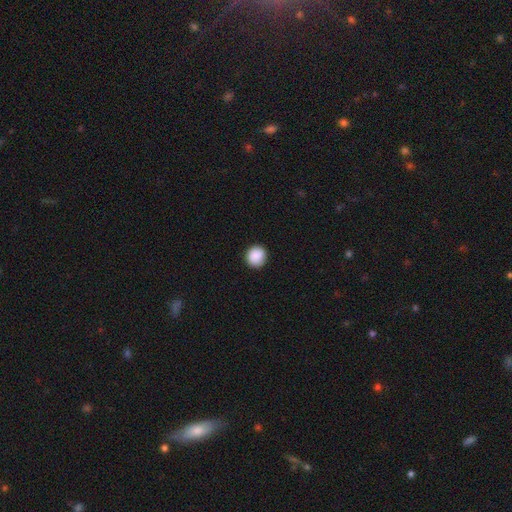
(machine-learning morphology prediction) Overall: smooth (89%). How rounded: round (88%). Merging: none (90%).